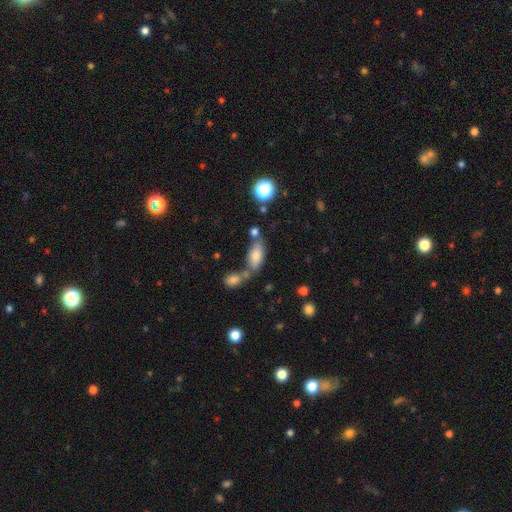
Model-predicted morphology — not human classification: This is likely a smooth galaxy (74%). How rounded: clearly in between (82%). Merging: possibly none (55%).